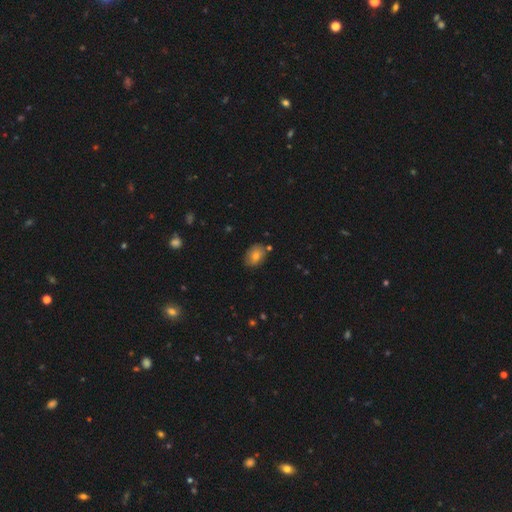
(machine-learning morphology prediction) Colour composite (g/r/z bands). It shows a smooth galaxy with no disk features (72%) that is in between round and cigar-shaped (73%). Merging: none (75%).